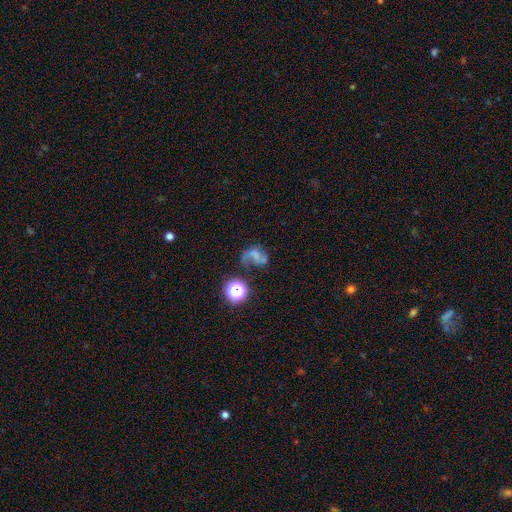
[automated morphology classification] The model was most divided on "merging": major disturbance: 34%, none: 33%, minor disturbance: 18%, merger: 14%. Remaining: smooth or featured — featured or disk (44%).